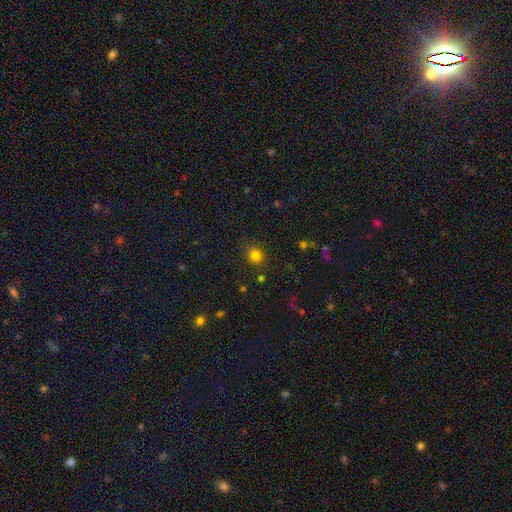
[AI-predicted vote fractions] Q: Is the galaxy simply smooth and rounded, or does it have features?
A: smooth — 78%.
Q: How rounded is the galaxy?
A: round — 75%.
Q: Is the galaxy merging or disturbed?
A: none — 75%.